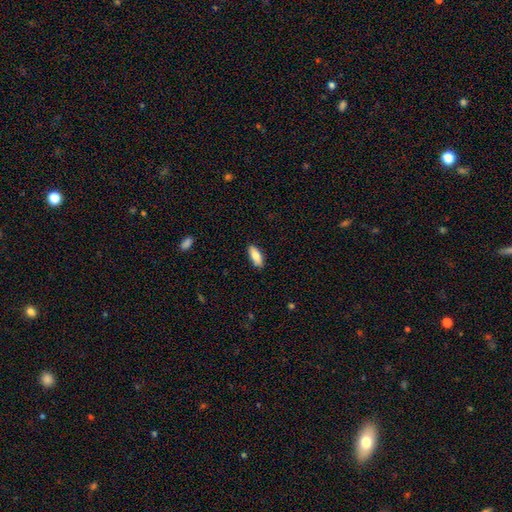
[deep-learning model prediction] This is clearly a smooth galaxy (82%). How rounded: likely in between (74%). Merging: clearly none (88%).